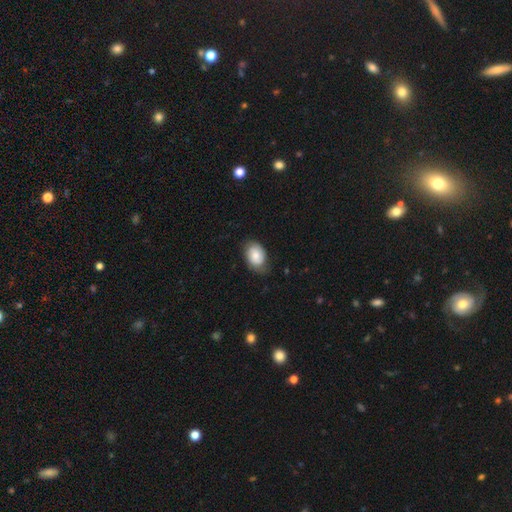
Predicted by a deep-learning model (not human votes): Overall: smooth (69%). How rounded: in between (80%). Merging: none (69%).